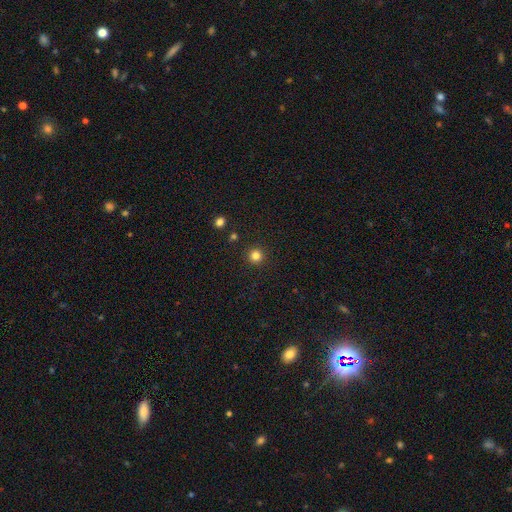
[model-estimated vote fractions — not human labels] Morphology: type=smooth (82%); roundness=round (95%); merging=none (92%).